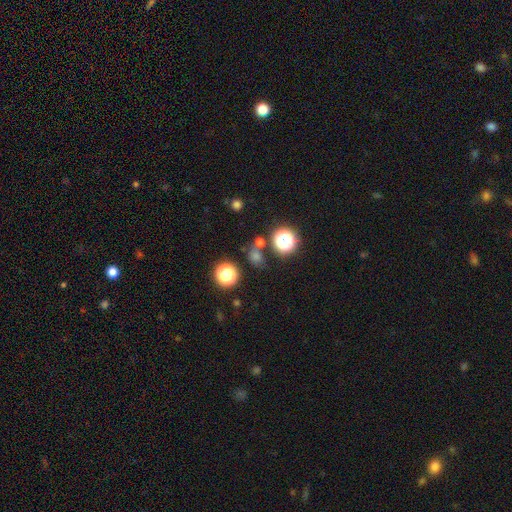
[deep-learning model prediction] smooth-or-featured: smooth: 48% | star or artifact: 44% | featured or disk: 8%
  merging: none: 73% | merger: 14% | minor disturbance: 9% | major disturbance: 4%